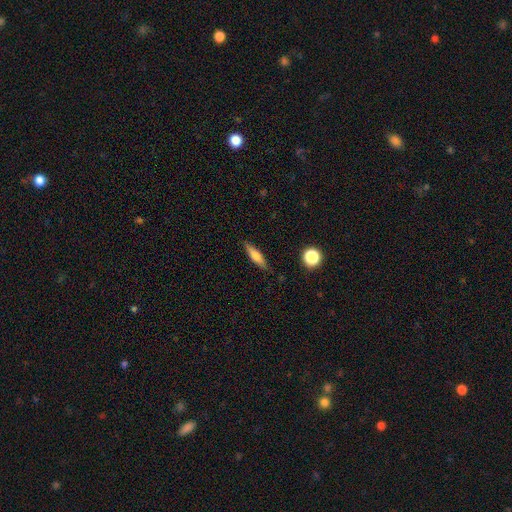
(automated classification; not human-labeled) Overall: smooth (63%; featured or disk 30%). How rounded: cigar-shaped (73%). Merging: none (85%).